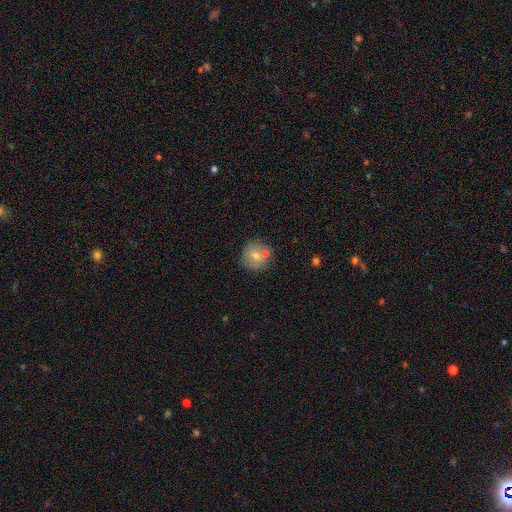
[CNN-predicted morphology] A smooth galaxy with no disk features (62%) that is round (91%). Merging: none (68%).